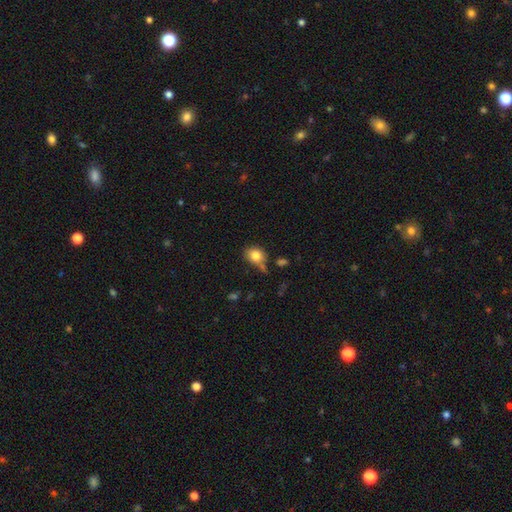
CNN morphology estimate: Smooth or featured? Predicted: smooth (p=0.80). How rounded? Predicted: round (p=0.54). Merging? Predicted: none (p=0.55).